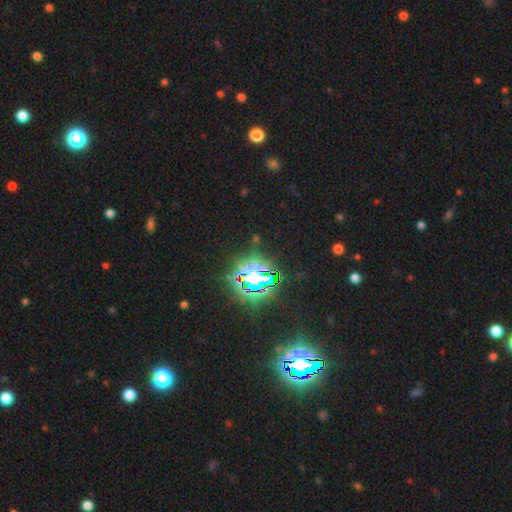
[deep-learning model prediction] Morphology: type=star or artifact (83%).